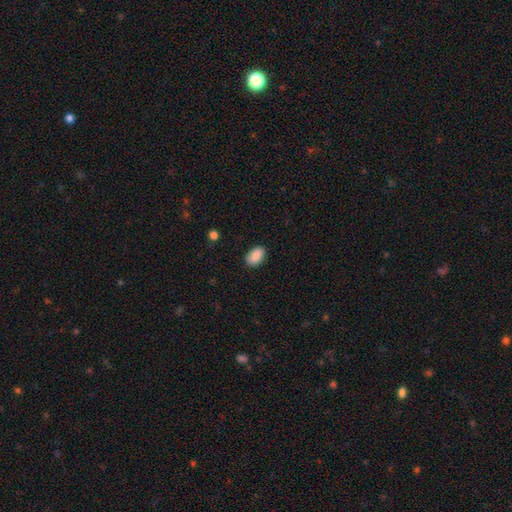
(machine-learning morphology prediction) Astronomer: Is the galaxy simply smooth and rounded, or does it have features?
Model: smooth — 89%.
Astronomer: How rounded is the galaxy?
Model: in between — 89%.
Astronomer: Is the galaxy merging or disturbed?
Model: none — 87%.